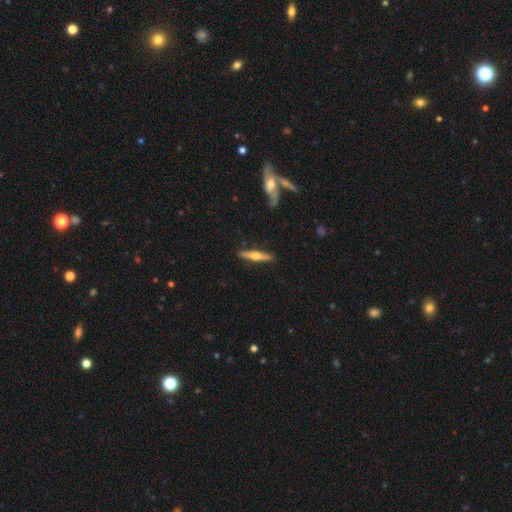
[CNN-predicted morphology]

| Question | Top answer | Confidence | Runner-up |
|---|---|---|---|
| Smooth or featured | featured or disk | 60% | smooth (35%) |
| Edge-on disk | yes | 96% | no (4%) |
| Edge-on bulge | rounded | 92% | none (5%) |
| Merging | none | 89% | minor disturbance (7%) |